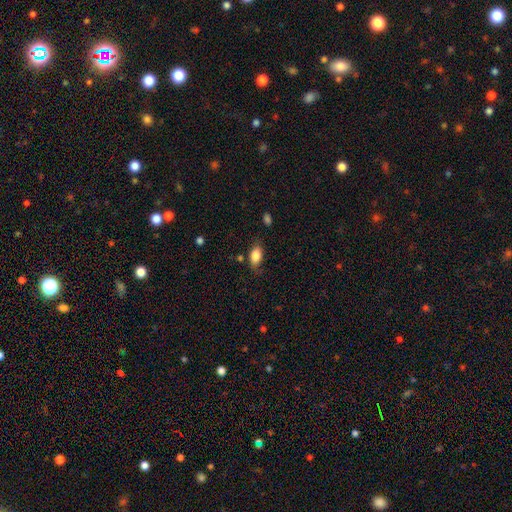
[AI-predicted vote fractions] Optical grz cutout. It shows a smooth galaxy with no disk features (84%) that is in between round and cigar-shaped (90%). Merging: none (75%).